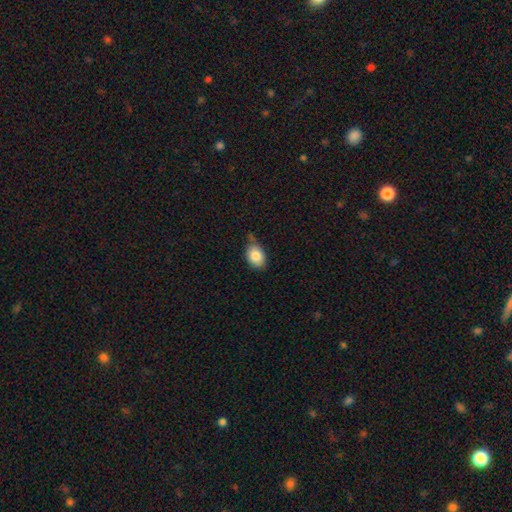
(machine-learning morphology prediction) smooth 83%, featured or disk 9%, star or artifact 8%. Down the decision tree: how rounded — in between (79%); merging — none (57%).